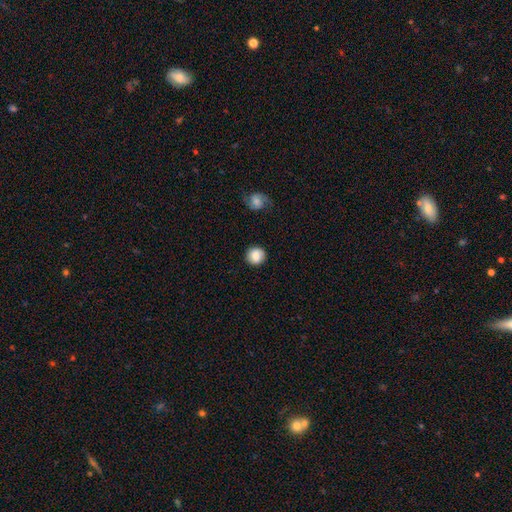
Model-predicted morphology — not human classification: Smooth or featured?
  - smooth: 79% *
  - featured or disk: 13%
  - star or artifact: 8%
How rounded?
  - round: 86% *
  - in between: 13%
  - cigar-shaped: 1%
Merging?
  - none: 84% *
  - minor disturbance: 11%
  - major disturbance: 3%
  - merger: 2%